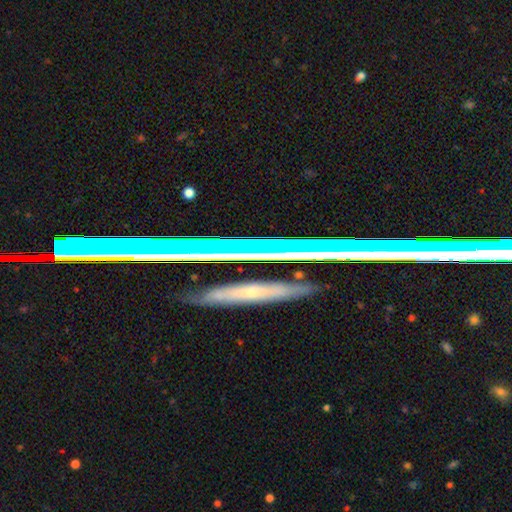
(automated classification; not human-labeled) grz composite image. It shows a star or artifact, not a galaxy (45%).